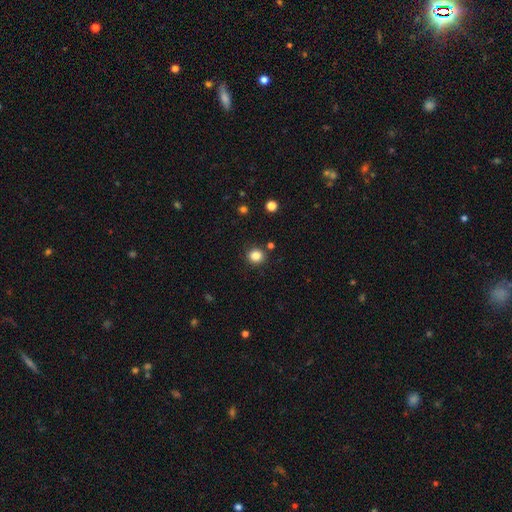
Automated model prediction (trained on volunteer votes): A smooth galaxy with no disk features (84%) that is round (87%).

Vote fractions:
- Smooth or featured? smooth: 84% / star or artifact: 12% / featured or disk: 4%
- How rounded? round: 87% / in between: 12% / cigar-shaped: 1%
- Merging? none: 88% / minor disturbance: 7% / merger: 3% / major disturbance: 2%